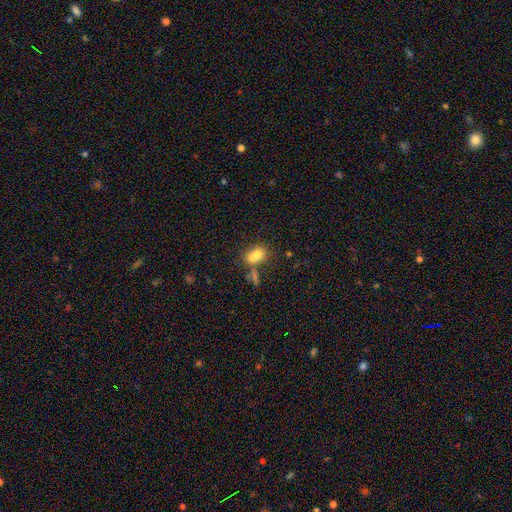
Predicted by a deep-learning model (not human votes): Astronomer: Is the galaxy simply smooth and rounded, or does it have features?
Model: smooth — 72%.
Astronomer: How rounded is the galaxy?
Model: in between — 65%.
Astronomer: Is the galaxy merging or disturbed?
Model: merger — 53% (runner-up: none, 30%).